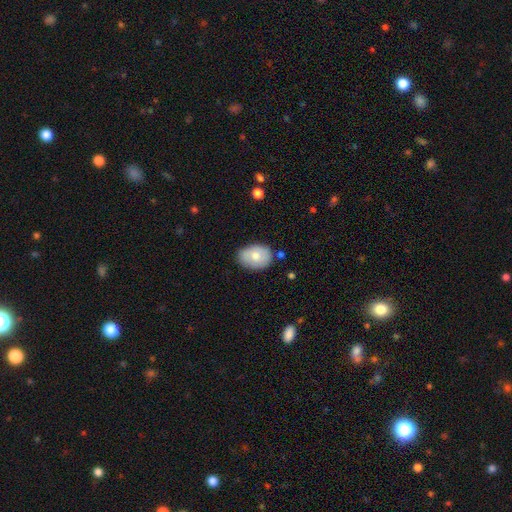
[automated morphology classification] smooth_or_featured: smooth (p=0.75) [alt: featured or disk p=0.18]
how_rounded: in between (p=0.77) [alt: round p=0.22]
merging: none (p=0.73) [alt: minor disturbance p=0.20]